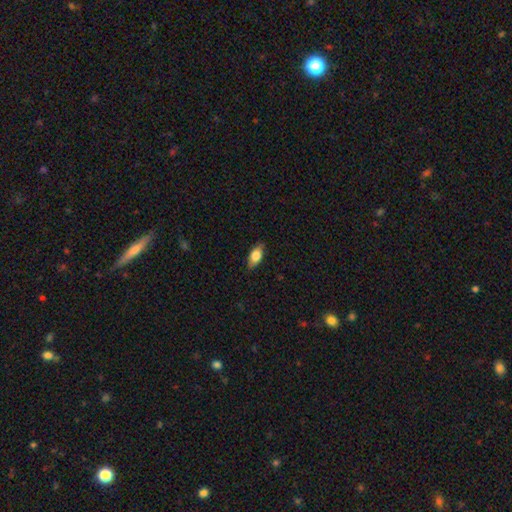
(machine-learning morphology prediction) Overall: smooth (76%). How rounded: in between (86%). Merging: none (83%).